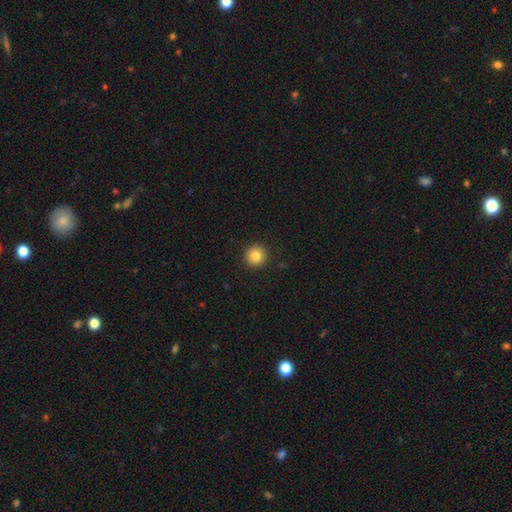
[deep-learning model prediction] Morphology: type=smooth (84%); roundness=round (95%); merging=none (92%).